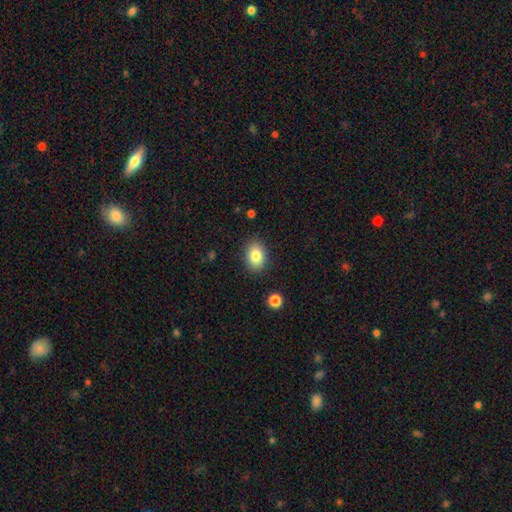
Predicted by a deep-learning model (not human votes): The model was most divided on "how rounded": in between: 72%, round: 27%, cigar-shaped: 1%. More confident: merging — none (87%); smooth or featured — smooth (82%).